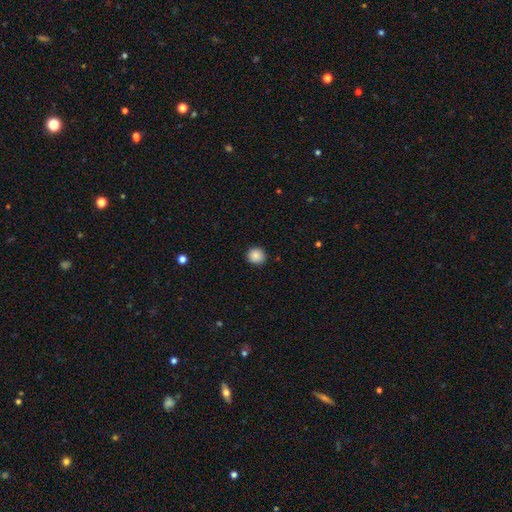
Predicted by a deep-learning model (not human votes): A smooth galaxy with no disk features (87%) that is round (90%). Merging: none (90%).